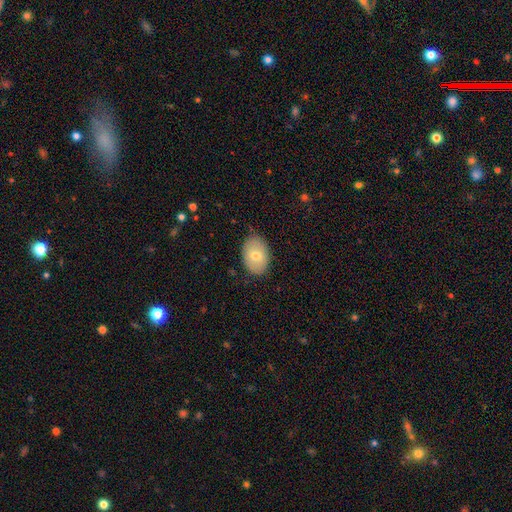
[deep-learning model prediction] smooth_or_featured: smooth (p=0.71) [alt: featured or disk p=0.21]
how_rounded: in between (p=0.84) [alt: round p=0.14]
merging: none (p=0.83) [alt: minor disturbance p=0.13]